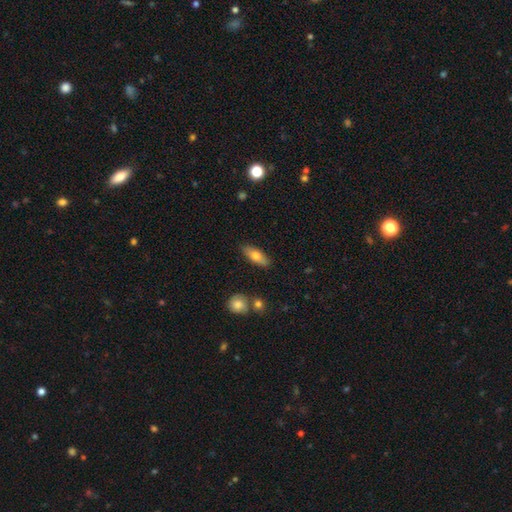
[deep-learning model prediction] Smooth or featured?
  - smooth: 72% *
  - featured or disk: 22%
  - star or artifact: 7%
How rounded?
  - in between: 69% *
  - cigar-shaped: 28%
  - round: 3%
Merging?
  - none: 85% *
  - minor disturbance: 10%
  - merger: 2%
  - major disturbance: 2%